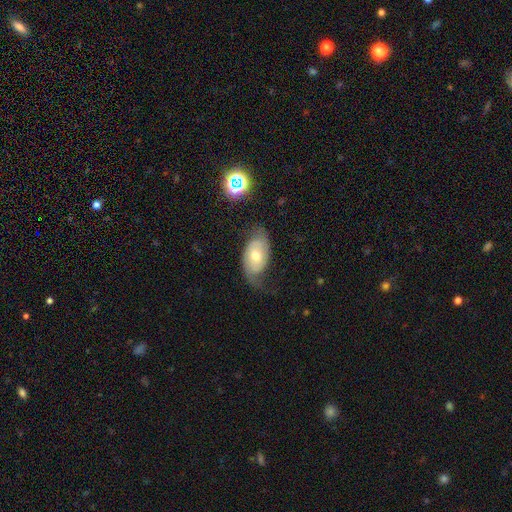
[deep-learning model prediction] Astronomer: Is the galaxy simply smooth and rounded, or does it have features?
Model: featured or disk — 61%.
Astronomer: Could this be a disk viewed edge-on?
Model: no — 94%.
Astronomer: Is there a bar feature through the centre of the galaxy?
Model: no — 64%.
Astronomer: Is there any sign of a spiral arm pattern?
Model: yes — 86%.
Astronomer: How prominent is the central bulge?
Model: moderate — 62%.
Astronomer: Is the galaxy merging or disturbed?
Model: none — 51%.